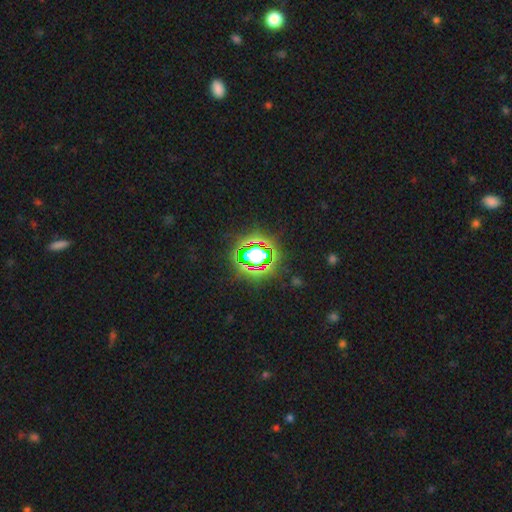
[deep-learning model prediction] star or artifact 71%, smooth 17%, featured or disk 12%.